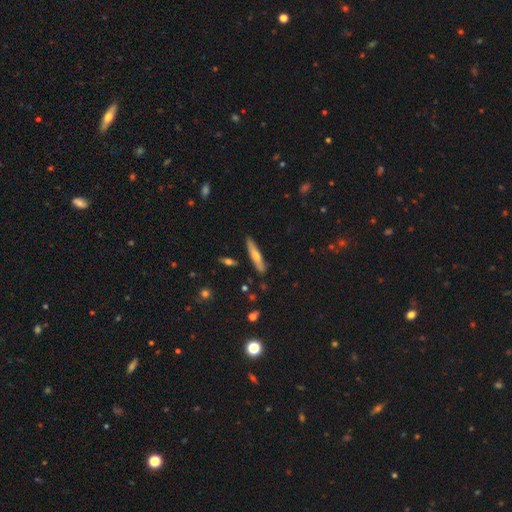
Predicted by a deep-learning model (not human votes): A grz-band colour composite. It shows a smooth galaxy with no disk features (50%). Merging: none (86%).